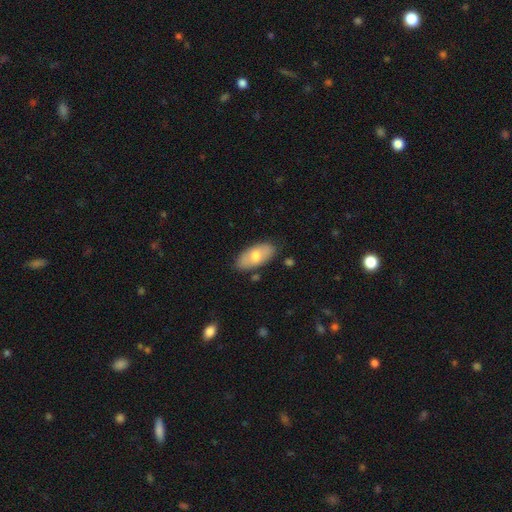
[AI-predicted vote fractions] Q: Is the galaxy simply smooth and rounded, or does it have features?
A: smooth — 68%.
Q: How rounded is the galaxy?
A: in between — 93%.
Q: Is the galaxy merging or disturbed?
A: none — 83%.